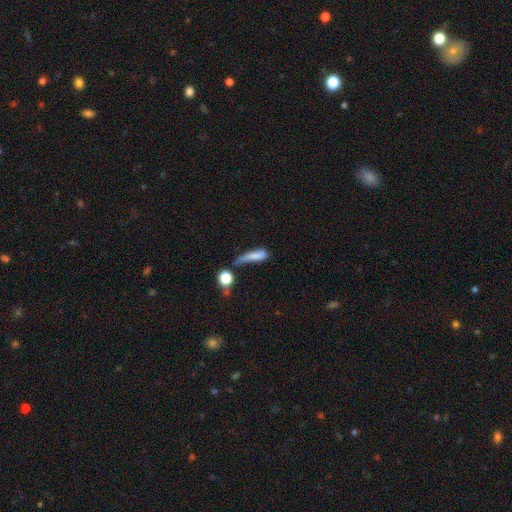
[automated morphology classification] type=smooth (70%); roundness=cigar-shaped (63%); merging=major disturbance (29%, tied with none).